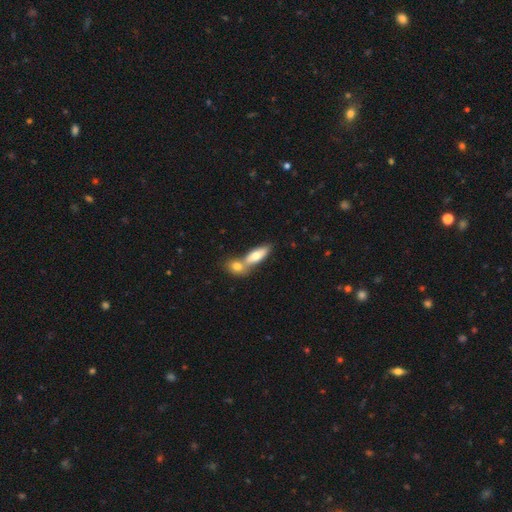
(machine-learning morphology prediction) Overall: smooth (70%). How rounded: in between (64%; cigar-shaped 33%). Merging: merger (55%; none 35%).